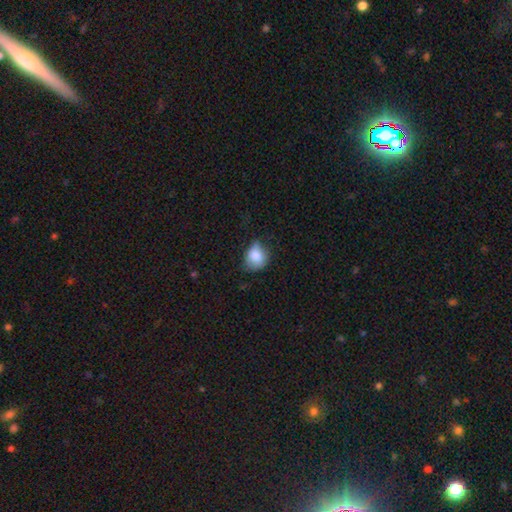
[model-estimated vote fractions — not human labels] Smooth or featured: smooth — 82% (featured or disk — 9%)
How rounded: round — 61% (in between — 38%)
Merging: none — 46% (minor disturbance — 40%)